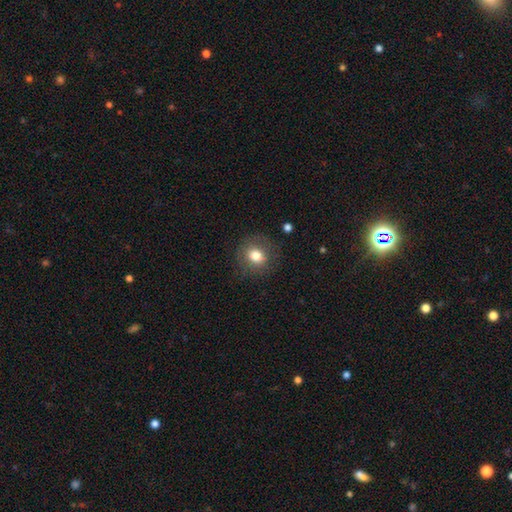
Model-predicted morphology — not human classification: This appears to be a smooth galaxy with no disk features (77%) that is round (78%). Merging: none (82%).